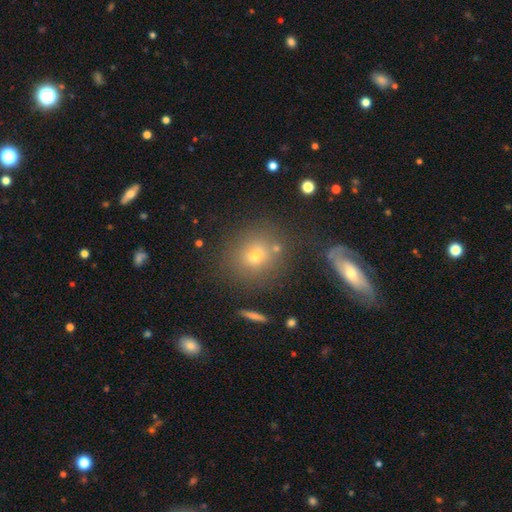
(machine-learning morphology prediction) Q: Smooth or featured?
A: smooth (65%); runner-up: star or artifact (18%)
Q: How rounded?
A: round (80%); runner-up: in between (18%)
Q: Merging?
A: none (74%); runner-up: minor disturbance (11%)